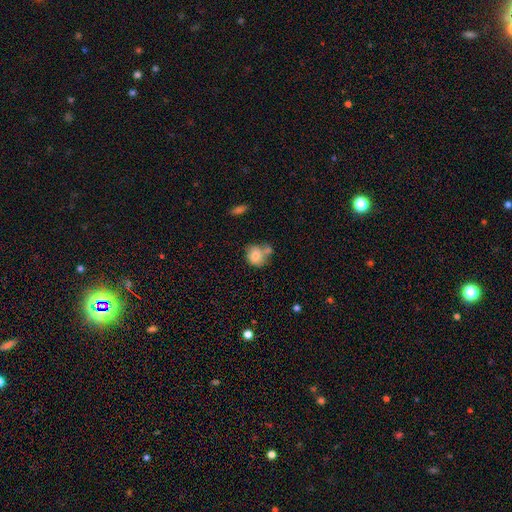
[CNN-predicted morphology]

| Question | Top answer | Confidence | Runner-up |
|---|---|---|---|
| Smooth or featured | smooth | 80% | featured or disk (12%) |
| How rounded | round | 72% | in between (27%) |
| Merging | none | 47% | merger (31%) |